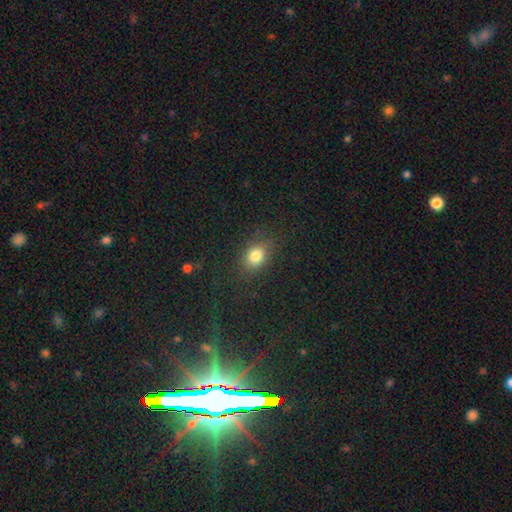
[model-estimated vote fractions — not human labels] Overall: smooth (80%). How rounded: in between (59%; round 39%). Merging: none (82%).